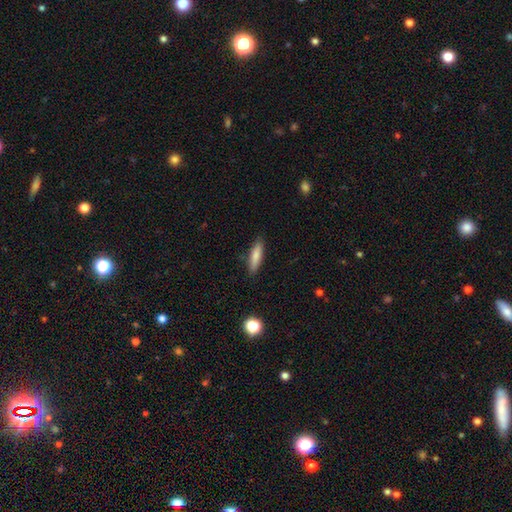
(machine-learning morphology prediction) This appears to be a smooth galaxy with no disk features (78%) that is cigar-shaped (70%). Merging: none (86%).